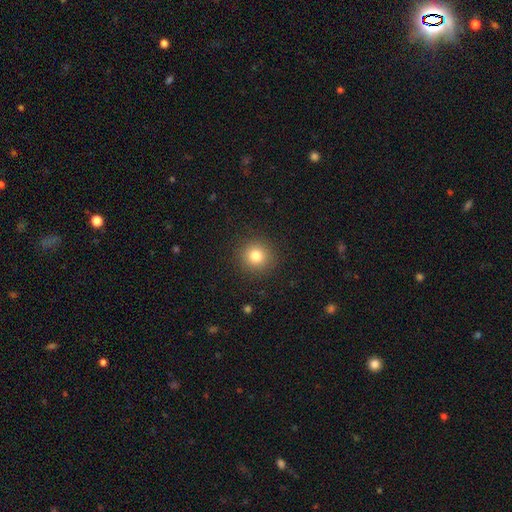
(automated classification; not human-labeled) The model was most divided on "smooth or featured": smooth: 80%, star or artifact: 12%, featured or disk: 8%. More confident: how rounded — round (93%); merging — none (91%).